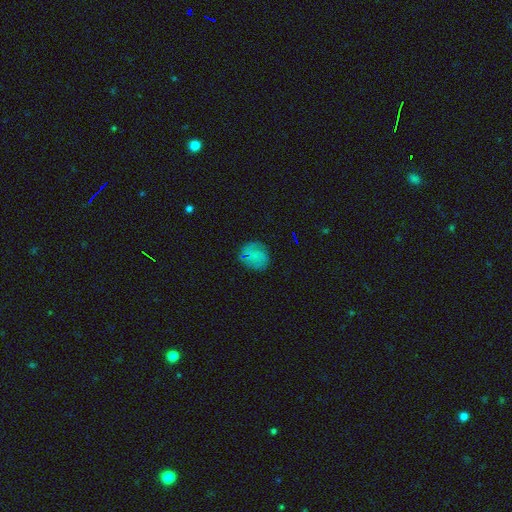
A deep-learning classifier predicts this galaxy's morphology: Smooth or featured? smooth (65%)
How rounded? round (80%)
Merging? none (73%)